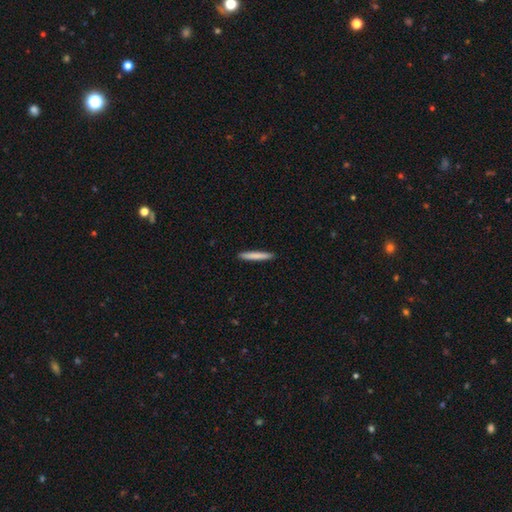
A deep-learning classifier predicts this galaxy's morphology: A smooth galaxy with no disk features (79%) that is cigar-shaped (96%). Merging: none (93%).